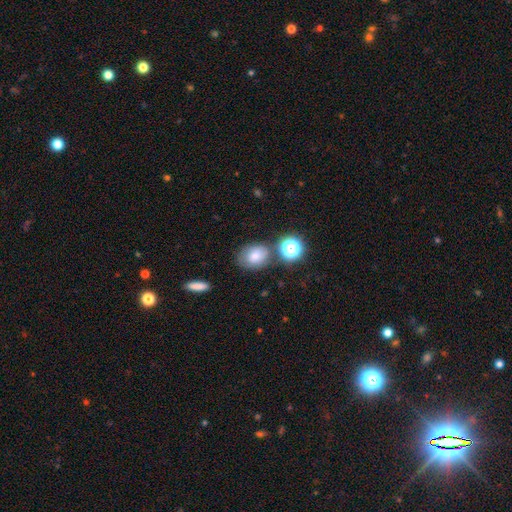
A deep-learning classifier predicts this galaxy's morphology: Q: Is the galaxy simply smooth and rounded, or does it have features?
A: smooth — 69%.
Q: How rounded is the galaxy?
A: in between — 59%.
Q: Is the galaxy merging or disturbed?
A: none — 64%.